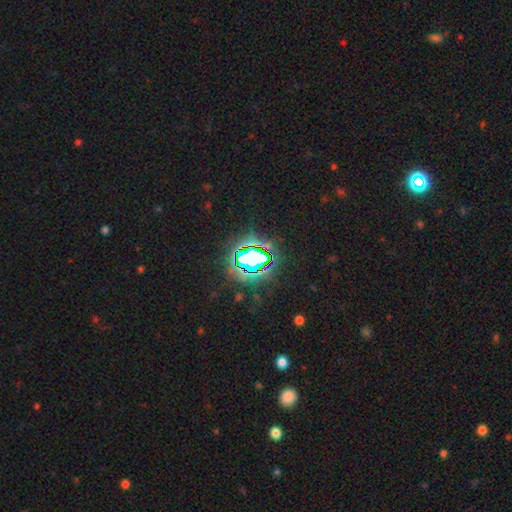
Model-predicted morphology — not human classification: Overall: star or artifact (74%).